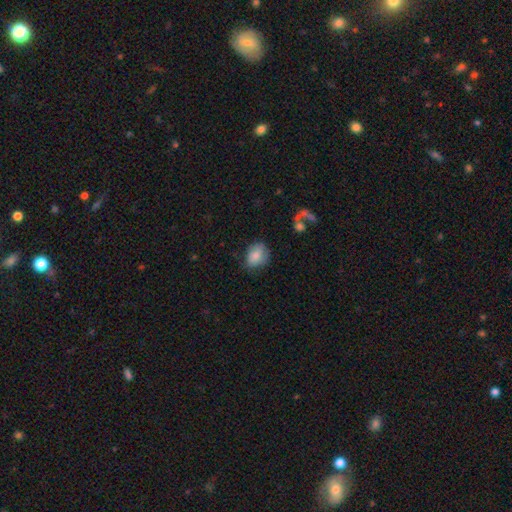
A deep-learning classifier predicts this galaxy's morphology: Smooth or featured: smooth — 82% (featured or disk — 11%)
How rounded: in between — 62% (round — 37%)
Merging: none — 62% (minor disturbance — 28%)